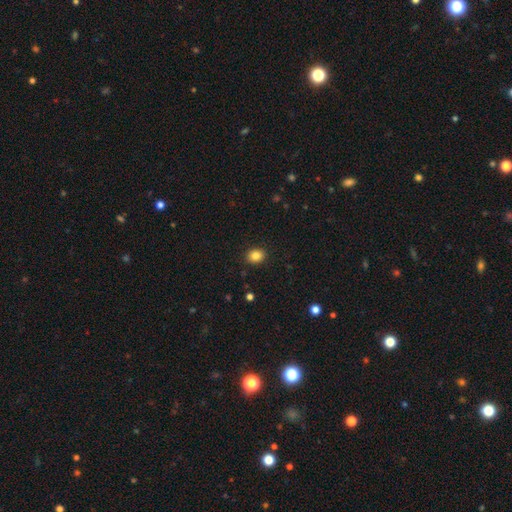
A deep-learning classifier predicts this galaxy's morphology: A smooth galaxy with no disk features (85%) that is round (58%).

Vote fractions:
- Smooth or featured? smooth: 85% / star or artifact: 10% / featured or disk: 5%
- How rounded? round: 58% / in between: 42% / cigar-shaped: 1%
- Merging? none: 90% / minor disturbance: 7% / major disturbance: 2% / merger: 1%